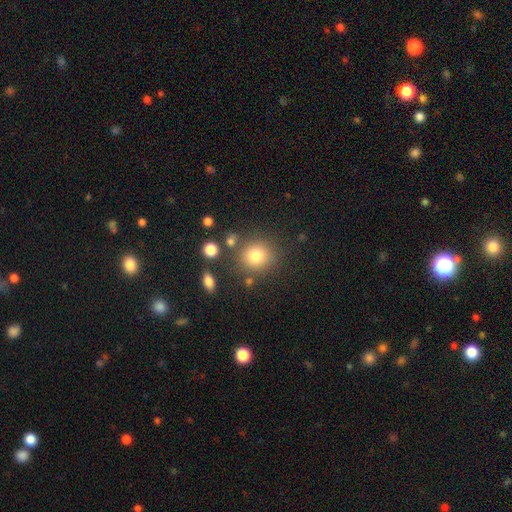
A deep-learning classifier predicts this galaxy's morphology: Smooth or featured? smooth (79%)
How rounded? round (84%)
Merging? none (78%)